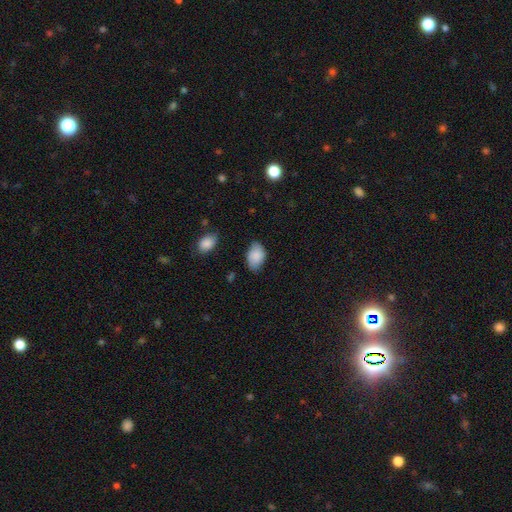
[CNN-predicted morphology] smooth-or-featured: smooth: 85% | featured or disk: 8% | star or artifact: 7%
  how-rounded: in between: 87% | round: 11% | cigar-shaped: 1%
  merging: none: 70% | minor disturbance: 24% | major disturbance: 4% | merger: 2%